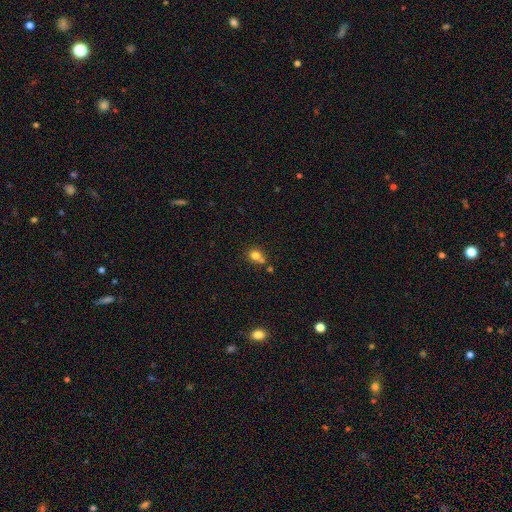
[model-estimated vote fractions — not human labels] The model was most divided on "merging": none: 47%, merger: 38%, minor disturbance: 11%, major disturbance: 4%. More confident: smooth or featured — smooth (77%); how rounded — round (73%).